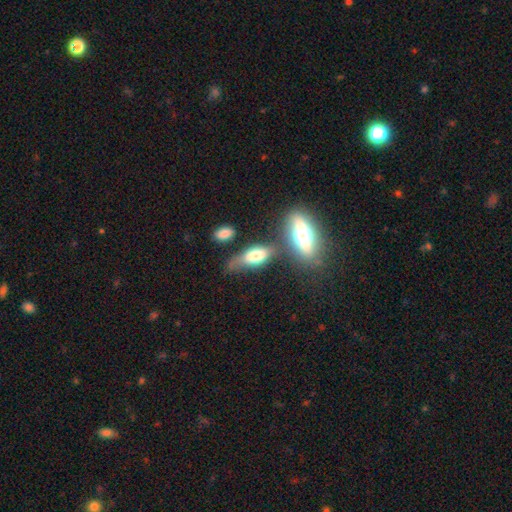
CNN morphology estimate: This is likely a smooth galaxy (65%). How rounded: likely in between (77%). Merging: marginally none (40%).